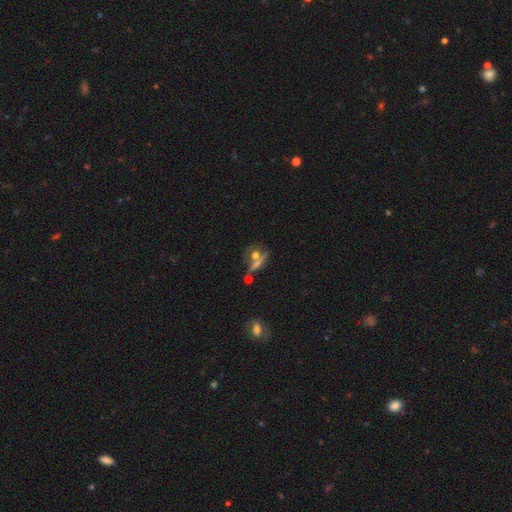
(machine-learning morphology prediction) Smooth or featured?
  - smooth: 50% *
  - featured or disk: 34%
  - star or artifact: 16%
Merging?
  - none: 48% *
  - merger: 31%
  - minor disturbance: 12%
  - major disturbance: 9%